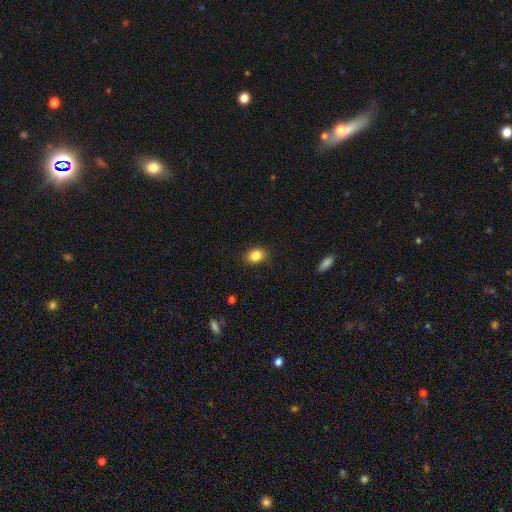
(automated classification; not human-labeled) This appears to be a smooth galaxy with no disk features (85%) that is in between round and cigar-shaped (62%). Merging: none (87%).